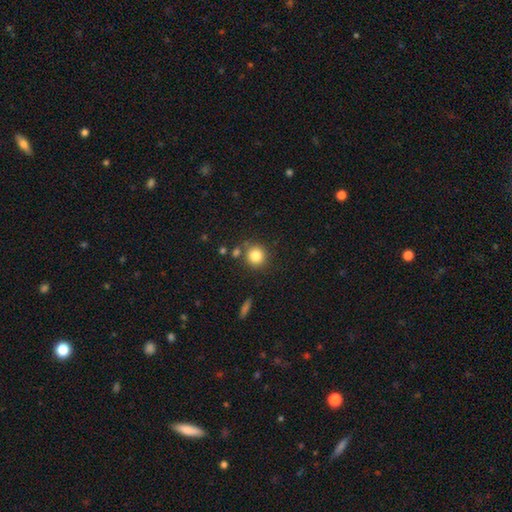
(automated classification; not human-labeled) A smooth galaxy with no disk features (83%) that is round (90%).

Vote fractions:
- Smooth or featured? smooth: 83% / star or artifact: 10% / featured or disk: 7%
- How rounded? round: 90% / in between: 9% / cigar-shaped: 1%
- Merging? none: 79% / minor disturbance: 10% / merger: 8% / major disturbance: 3%